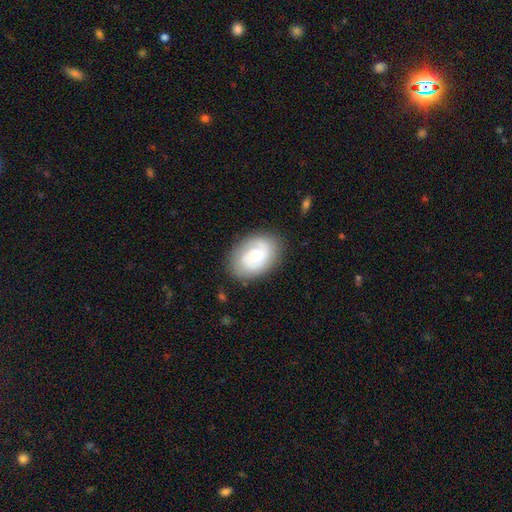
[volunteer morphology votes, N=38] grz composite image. It shows a featured or disk galaxy (82%) with no bar (65%), 2 (67%) tight (53%) spiral arms (97%) and a moderate central bulge (55%). Merging: none (86%).